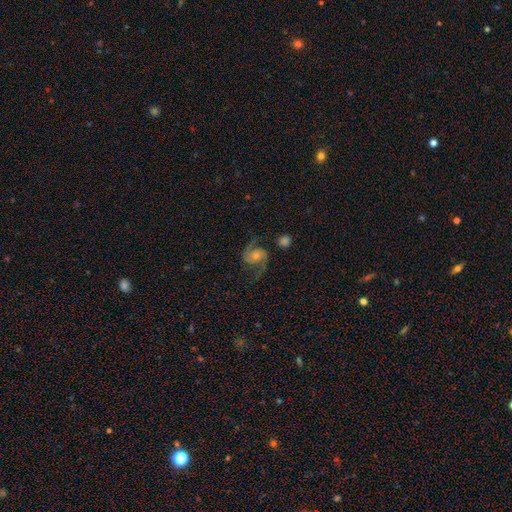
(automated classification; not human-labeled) Morphology: type=featured or disk (88%); edge-on=no (98%); bar=no (68%); spiral arms=yes (98%); winding=medium (49%); arm count=2 (94%); bulge=small (45%); merging=none (76%).